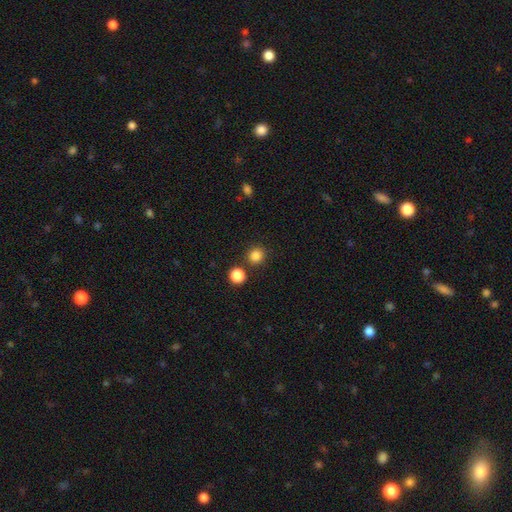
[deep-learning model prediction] A smooth galaxy with no disk features (84%) that is round (91%).

Vote fractions:
- Smooth or featured? smooth: 84% / star or artifact: 13% / featured or disk: 4%
- How rounded? round: 91% / in between: 8% / cigar-shaped: 1%
- Merging? none: 84% / merger: 7% / minor disturbance: 7% / major disturbance: 3%